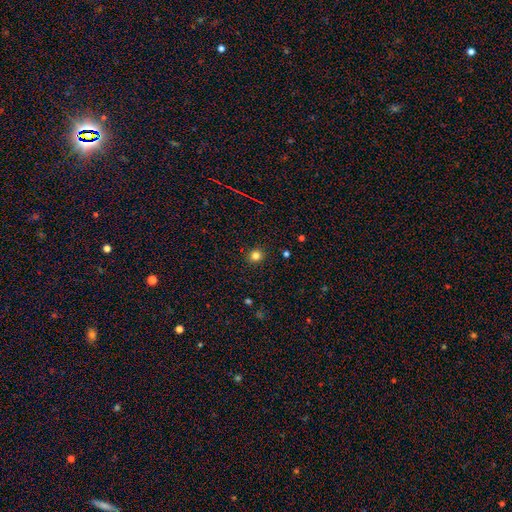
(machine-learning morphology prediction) Overall: smooth (81%). How rounded: round (91%). Merging: none (92%).